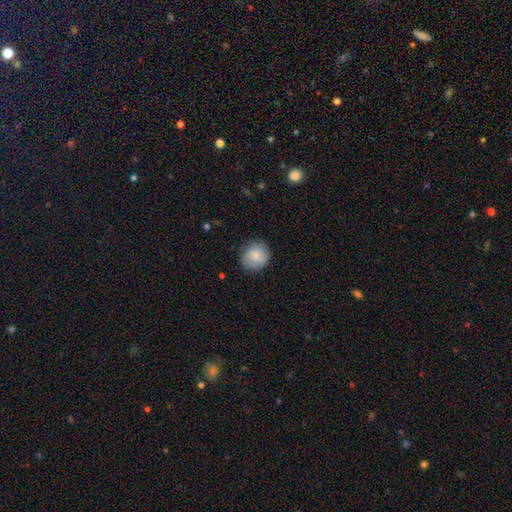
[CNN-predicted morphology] type=smooth (79%); roundness=round (86%); merging=none (81%).